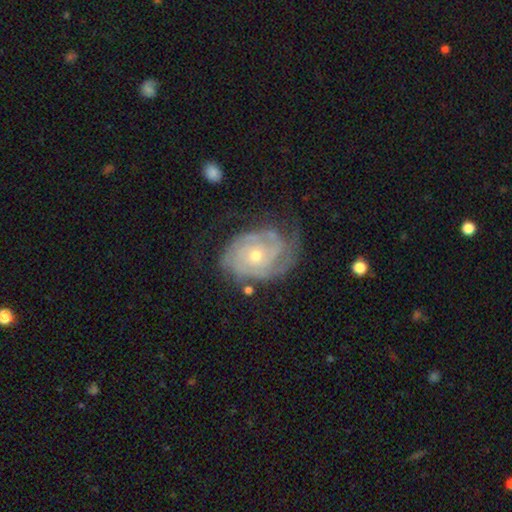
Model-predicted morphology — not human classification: Overall: featured or disk (85%). Edge-on disk: no (97%). Bar: no (79%). Spiral arms: yes (94%). Spiral arm count: can't tell (32%; 3 24%). Spiral winding: tight (71%). Bulge size: small (54%; moderate 43%). Merging: none (60%; minor disturbance 25%).